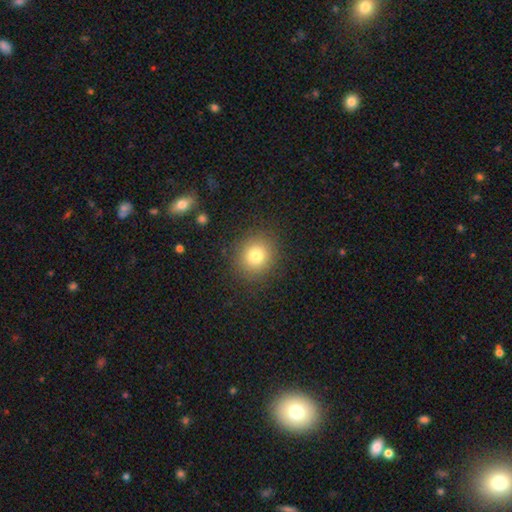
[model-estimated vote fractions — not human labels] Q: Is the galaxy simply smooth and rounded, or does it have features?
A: smooth — 79%.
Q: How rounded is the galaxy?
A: round — 86%.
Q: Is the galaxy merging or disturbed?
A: none — 88%.